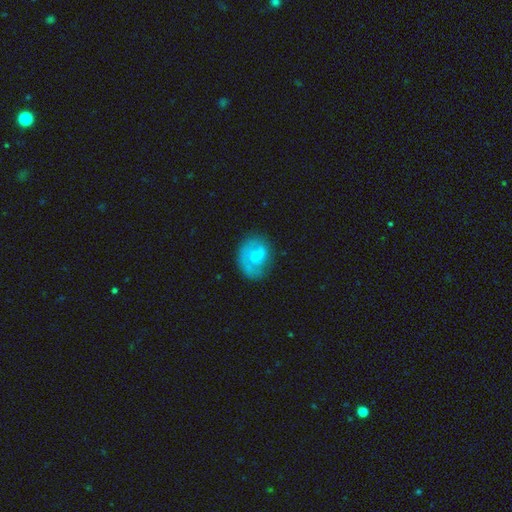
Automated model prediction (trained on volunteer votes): Smooth or featured?
  - featured or disk: 49% *
  - smooth: 44%
  - star or artifact: 7%
Merging?
  - none: 52% *
  - minor disturbance: 23%
  - major disturbance: 22%
  - merger: 3%